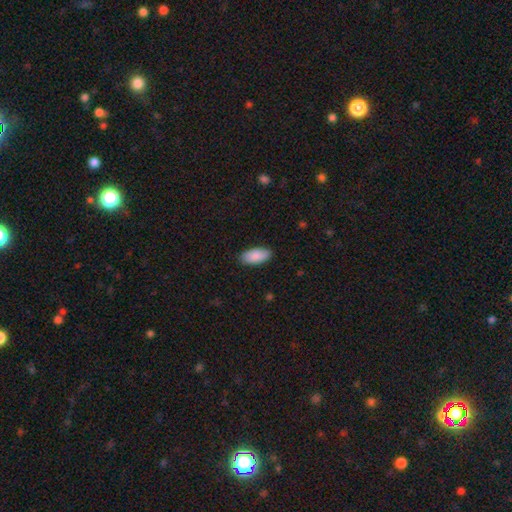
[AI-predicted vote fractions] Morphology: type=smooth (89%); roundness=in between (92%); merging=none (87%).